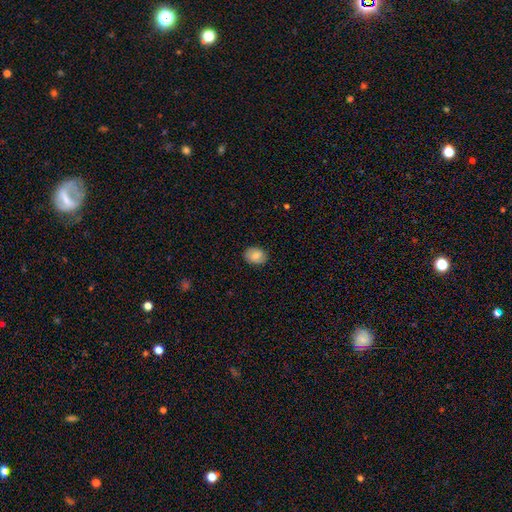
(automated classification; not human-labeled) Overall: smooth (80%). How rounded: in between (65%; round 34%). Merging: none (87%).